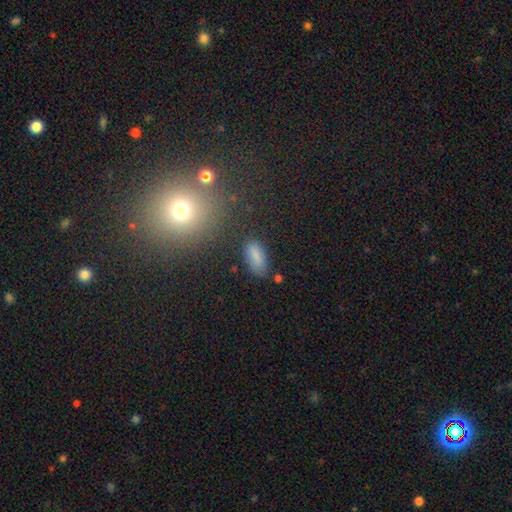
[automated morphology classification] A smooth galaxy with no disk features (82%) that is in between round and cigar-shaped (87%).

Vote fractions:
- Smooth or featured? smooth: 82% / star or artifact: 10% / featured or disk: 8%
- How rounded? in between: 87% / cigar-shaped: 10% / round: 3%
- Merging? none: 74% / minor disturbance: 17% / major disturbance: 5% / merger: 4%